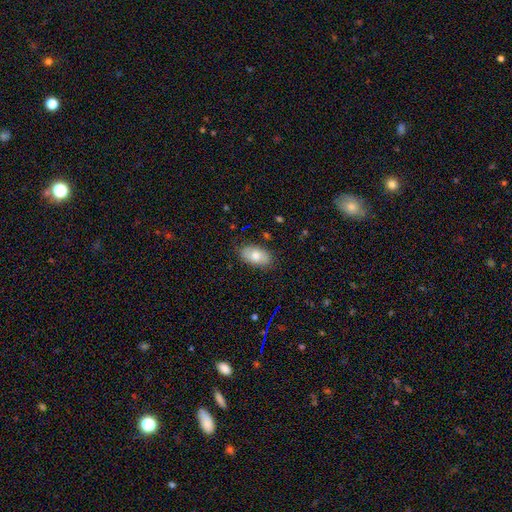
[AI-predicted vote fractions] Morphology: type=smooth (76%); roundness=in between (93%); merging=none (82%).